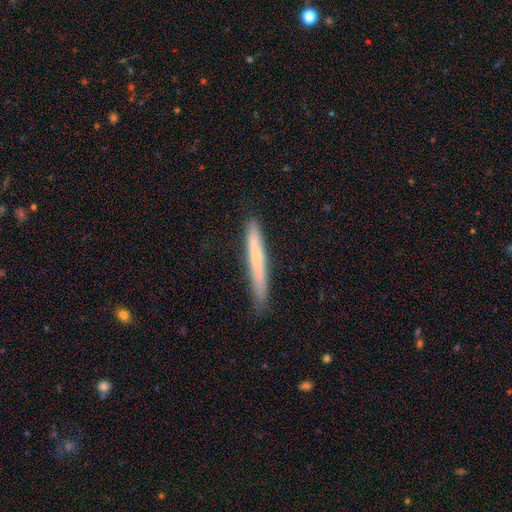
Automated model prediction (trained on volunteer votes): Overall: smooth (64%; featured or disk 30%). How rounded: cigar-shaped (97%). Merging: none (85%).